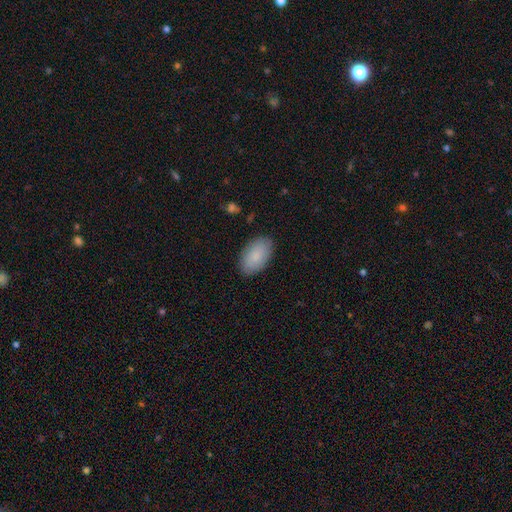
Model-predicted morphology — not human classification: smooth 87%, featured or disk 7%, star or artifact 6%. Down the decision tree: how rounded — in between (95%); merging — none (87%).